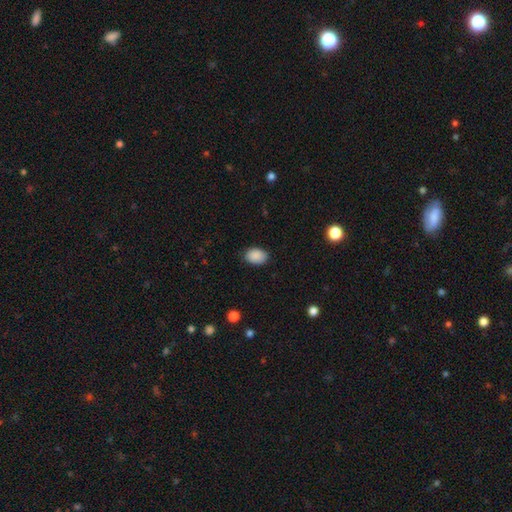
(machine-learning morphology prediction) smooth_or_featured: smooth (p=0.90) [alt: star or artifact p=0.07]
how_rounded: in between (p=0.81) [alt: round p=0.18]
merging: none (p=0.85) [alt: minor disturbance p=0.12]